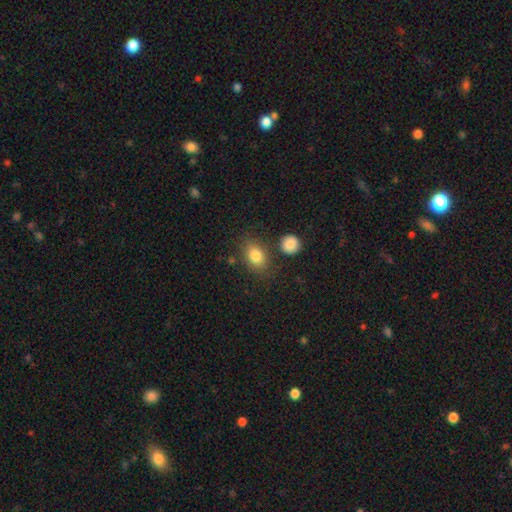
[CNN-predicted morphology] Smooth or featured?
  - smooth: 82% *
  - featured or disk: 9%
  - star or artifact: 9%
How rounded?
  - in between: 73% *
  - round: 25%
  - cigar-shaped: 2%
Merging?
  - none: 75% *
  - minor disturbance: 14%
  - merger: 7%
  - major disturbance: 5%